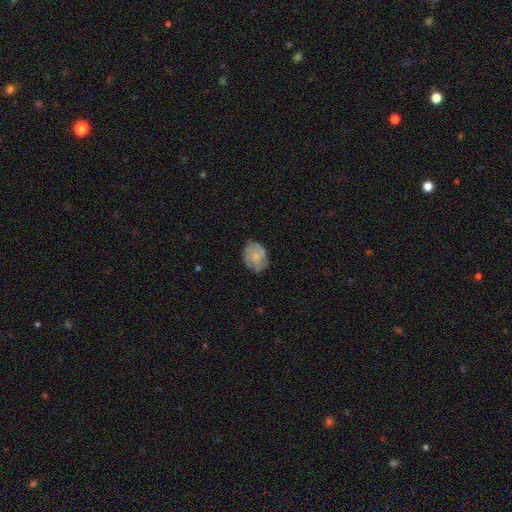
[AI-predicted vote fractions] smooth 51%, featured or disk 41%, star or artifact 7%. Down the decision tree: how rounded — in between (60%); merging — none (68%).